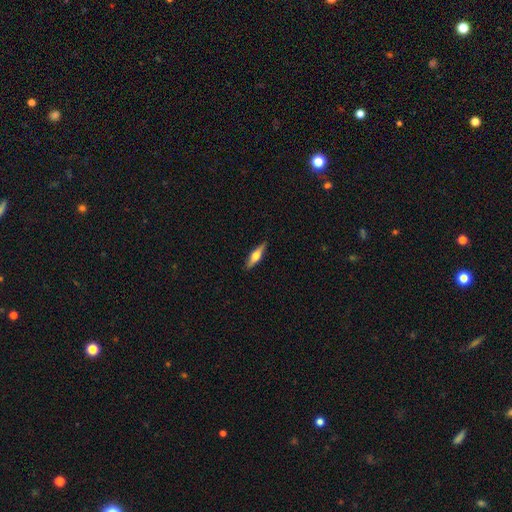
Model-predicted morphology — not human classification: featured or disk 52%, smooth 42%, star or artifact 6%. Down the decision tree: edge-on disk — yes (94%); merging — none (89%).